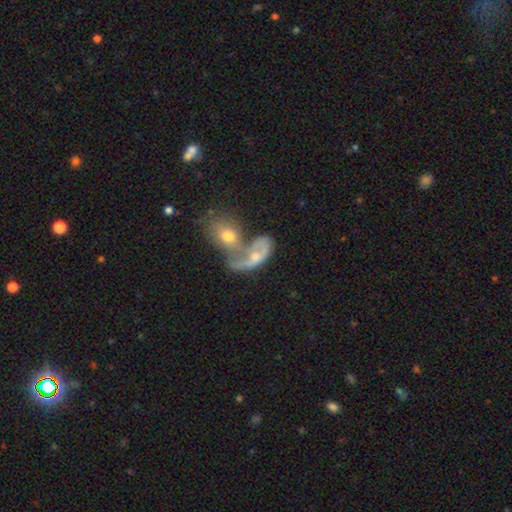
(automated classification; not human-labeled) Q: Smooth or featured?
A: featured or disk (46%); runner-up: smooth (45%)
Q: Merging?
A: merger (72%); runner-up: major disturbance (12%)